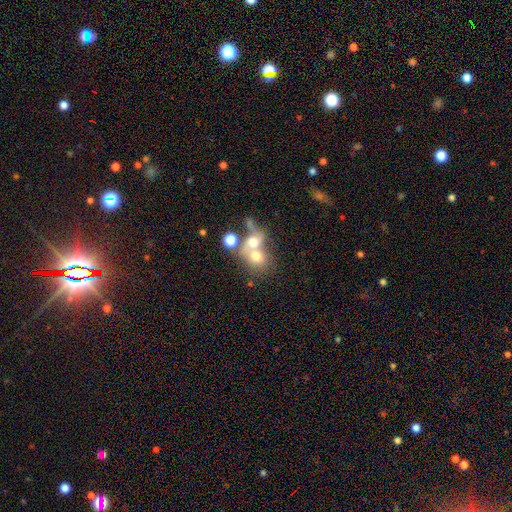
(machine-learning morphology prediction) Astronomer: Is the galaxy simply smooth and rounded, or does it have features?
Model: smooth — 61%.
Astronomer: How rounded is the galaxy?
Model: round — 55% (runner-up: in between, 43%).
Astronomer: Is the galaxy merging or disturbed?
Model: merger — 65%.